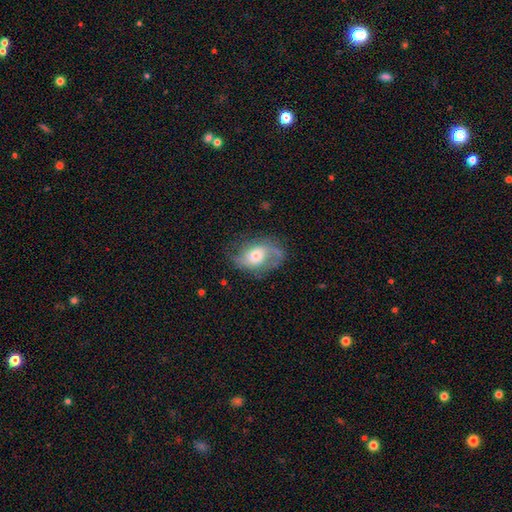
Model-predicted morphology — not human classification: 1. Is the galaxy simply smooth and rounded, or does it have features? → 64% featured or disk, 28% smooth, 8% star or artifact.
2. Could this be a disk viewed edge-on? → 96% no, 4% yes.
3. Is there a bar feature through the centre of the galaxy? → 66% no, 26% weak, 8% strong.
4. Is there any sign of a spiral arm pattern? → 85% yes, 15% no.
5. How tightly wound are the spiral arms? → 45% loose, 39% medium, 15% tight.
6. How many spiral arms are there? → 75% 2, 10% can't tell, 10% 1, 3% 3, 1% 4, 1% more than 4.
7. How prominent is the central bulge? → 49% moderate, 34% small, 12% large, 2% dominant, 2% none.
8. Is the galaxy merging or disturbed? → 62% none, 22% minor disturbance, 14% major disturbance, 2% merger.